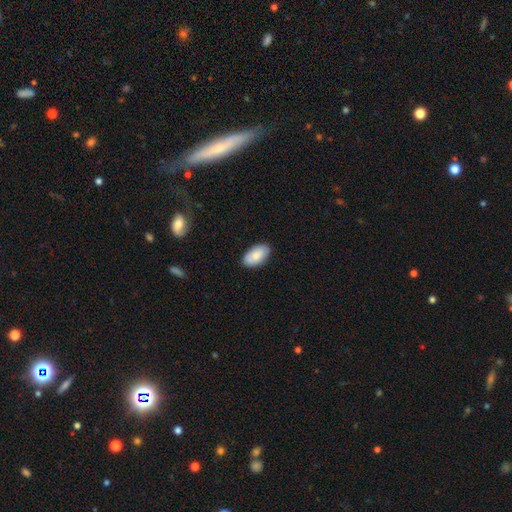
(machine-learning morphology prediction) Smooth or featured?
  - smooth: 81% *
  - featured or disk: 12%
  - star or artifact: 6%
How rounded?
  - in between: 95% *
  - round: 4%
  - cigar-shaped: 2%
Merging?
  - none: 87% *
  - minor disturbance: 10%
  - major disturbance: 2%
  - merger: 1%